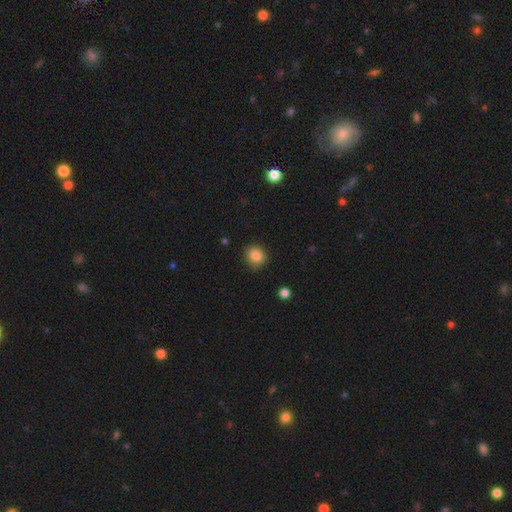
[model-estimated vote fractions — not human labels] A smooth galaxy with no disk features (85%) that is round (78%). Merging: none (81%).